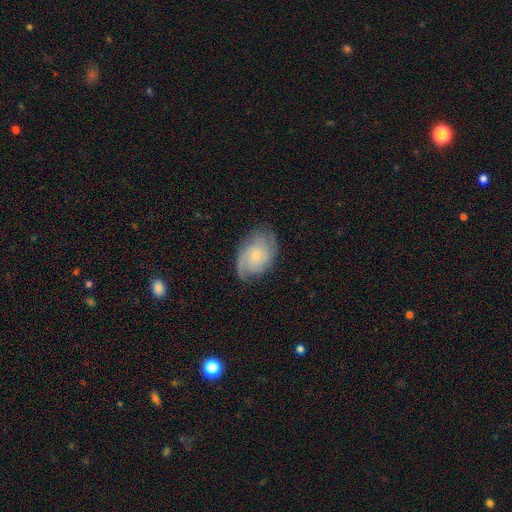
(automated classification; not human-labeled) Morphology: type=featured or disk (73%); edge-on=no (97%); bar=no (73%); spiral arms=yes (94%); winding=tight (51%); arm count=2 (38%); bulge=small (72%); merging=none (74%).